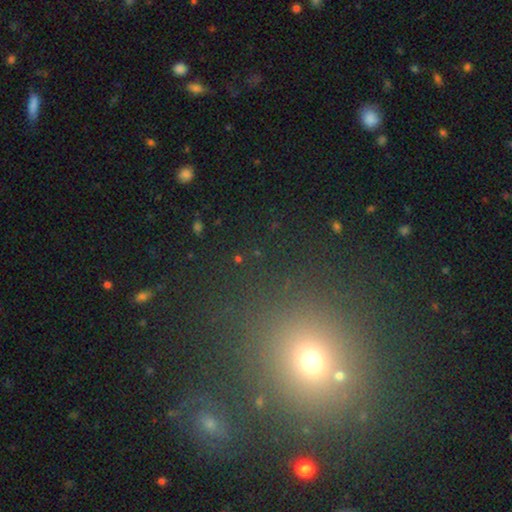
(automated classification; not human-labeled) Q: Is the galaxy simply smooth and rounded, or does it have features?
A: smooth — 46%.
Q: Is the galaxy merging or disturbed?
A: none — 82%.